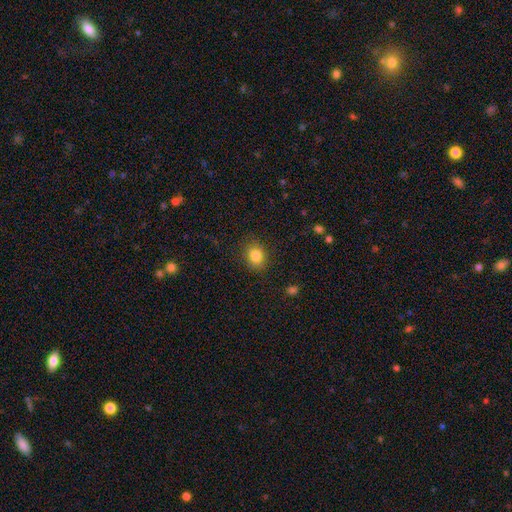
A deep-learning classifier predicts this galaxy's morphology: Smooth or featured? smooth (84%)
How rounded? round (61%)
Merging? none (86%)